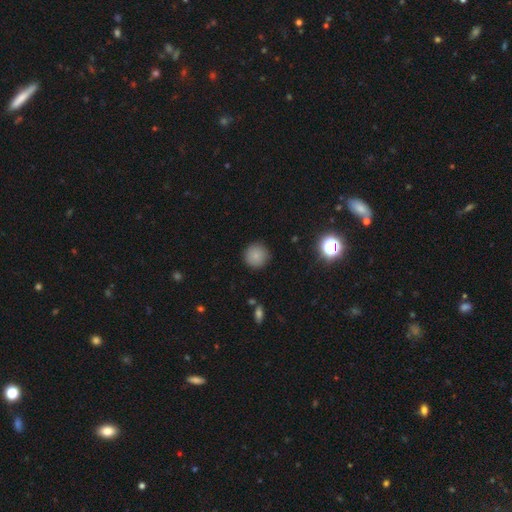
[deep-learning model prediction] A smooth galaxy with no disk features (82%) that is round (95%).

Vote fractions:
- Smooth or featured? smooth: 82% / star or artifact: 12% / featured or disk: 6%
- How rounded? round: 95% / in between: 4% / cigar-shaped: 1%
- Merging? none: 90% / minor disturbance: 7% / major disturbance: 2% / merger: 1%